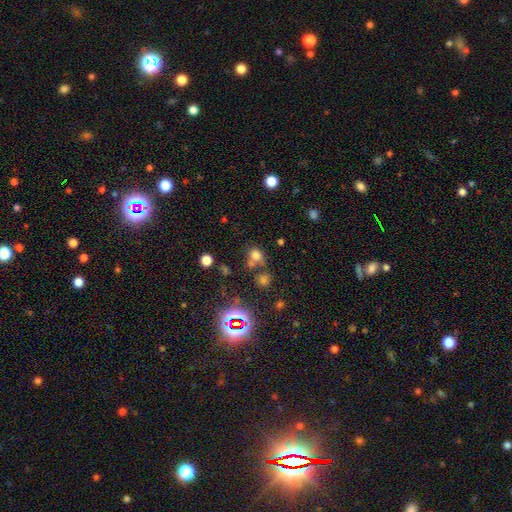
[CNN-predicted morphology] Smooth or featured: smooth — 68% (star or artifact — 24%)
How rounded: round — 65% (in between — 34%)
Merging: none — 57% (merger — 24%)